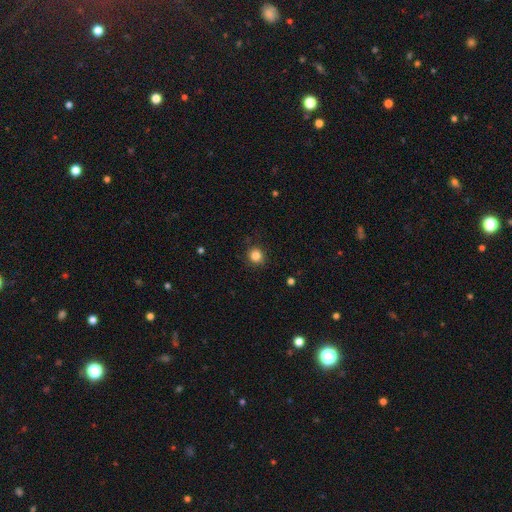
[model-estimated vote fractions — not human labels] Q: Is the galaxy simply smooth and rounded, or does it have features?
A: smooth — 84%.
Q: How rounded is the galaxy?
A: round — 90%.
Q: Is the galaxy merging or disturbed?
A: none — 89%.